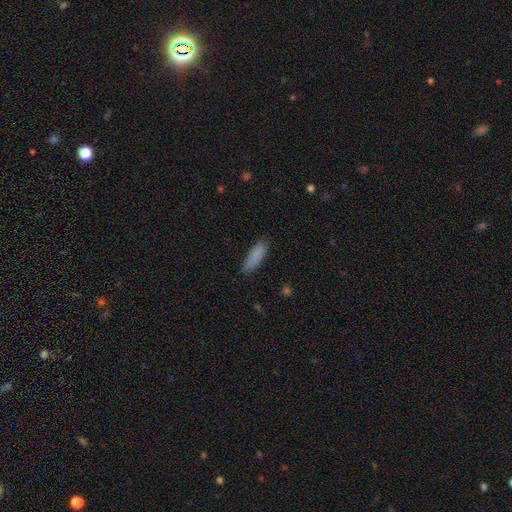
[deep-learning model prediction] smooth_or_featured: smooth (p=0.87) [alt: star or artifact p=0.07]
how_rounded: cigar-shaped (p=0.54) [alt: in between p=0.45]
merging: none (p=0.84) [alt: minor disturbance p=0.13]